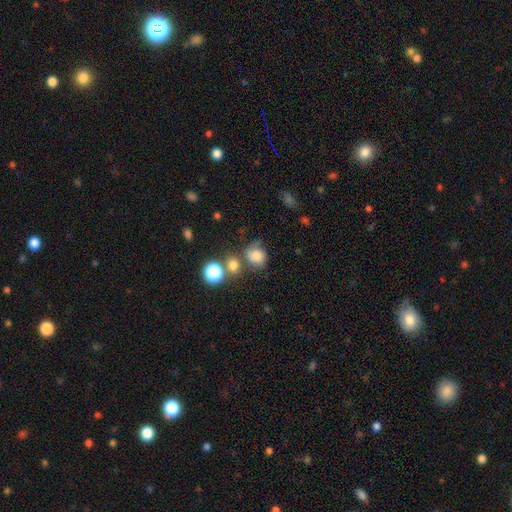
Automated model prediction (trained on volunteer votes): A smooth galaxy with no disk features (74%) that is round (73%). Merging: none (50%).